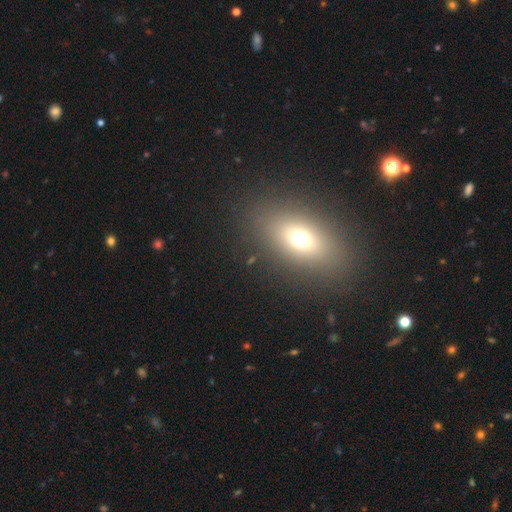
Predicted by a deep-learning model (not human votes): Smooth or featured: smooth — 64% (star or artifact — 20%)
How rounded: in between — 79% (round — 13%)
Merging: none — 89% (minor disturbance — 7%)